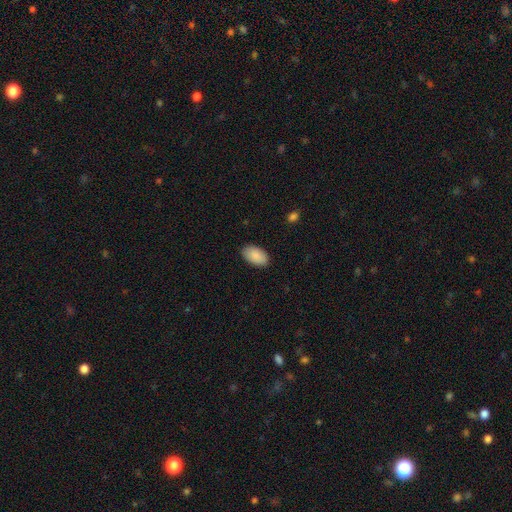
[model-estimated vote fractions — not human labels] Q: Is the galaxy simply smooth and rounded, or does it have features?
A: smooth — 90%.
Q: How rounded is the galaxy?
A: in between — 95%.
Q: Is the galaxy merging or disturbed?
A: none — 88%.